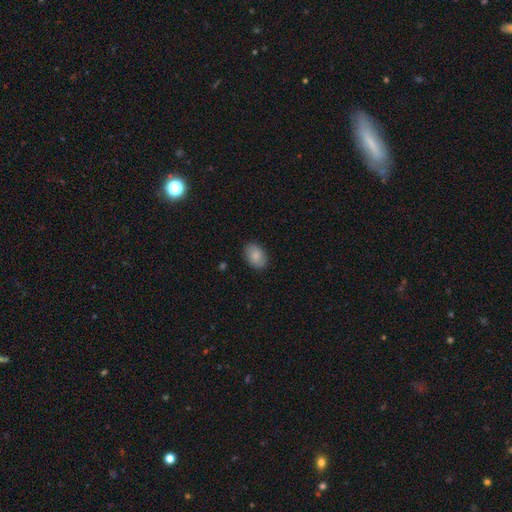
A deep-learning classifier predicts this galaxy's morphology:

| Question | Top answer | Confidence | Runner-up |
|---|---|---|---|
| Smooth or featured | smooth | 86% | star or artifact (7%) |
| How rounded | in between | 84% | round (15%) |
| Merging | none | 88% | minor disturbance (9%) |